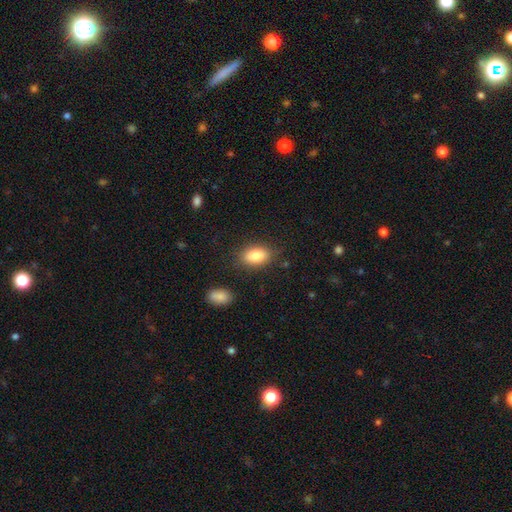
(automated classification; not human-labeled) A smooth galaxy with no disk features (85%) that is in between round and cigar-shaped (89%). Merging: none (81%).